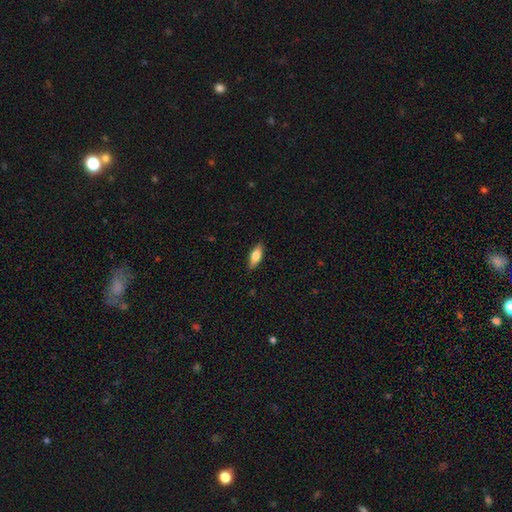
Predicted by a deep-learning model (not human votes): This appears to be a smooth galaxy with no disk features (73%) that is in between round and cigar-shaped (73%). Merging: none (86%).